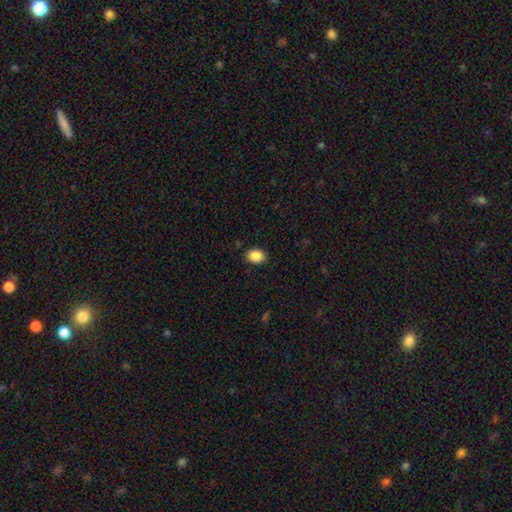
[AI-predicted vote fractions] This is clearly a smooth galaxy (88%). How rounded: likely in between (65%). Merging: clearly none (89%).